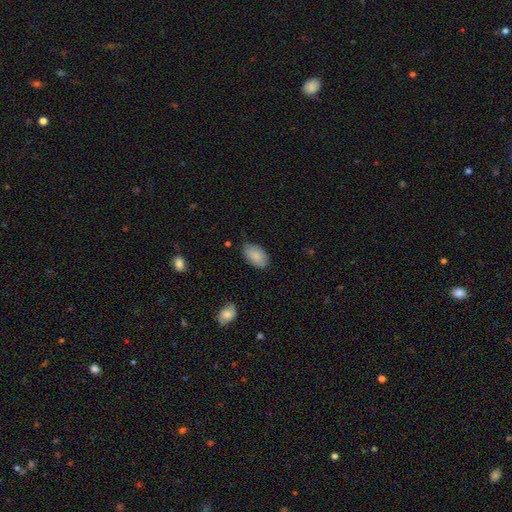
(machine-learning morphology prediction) This appears to be a smooth galaxy with no disk features (86%) that is in between round and cigar-shaped (94%). Merging: none (72%).